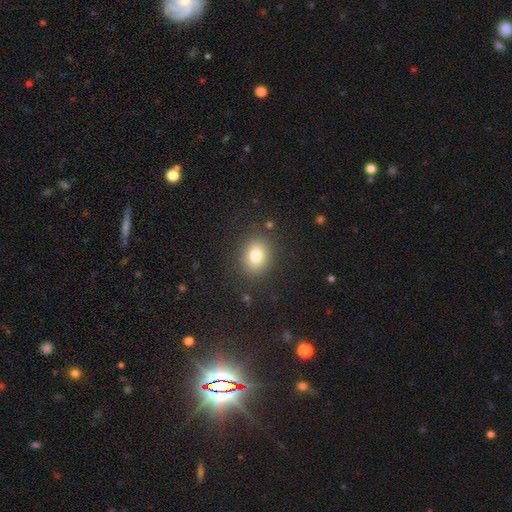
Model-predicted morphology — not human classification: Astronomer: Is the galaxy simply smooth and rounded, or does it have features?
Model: smooth — 80%.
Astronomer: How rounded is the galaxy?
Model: round — 50% (runner-up: in between, 49%).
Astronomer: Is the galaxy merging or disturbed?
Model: none — 86%.